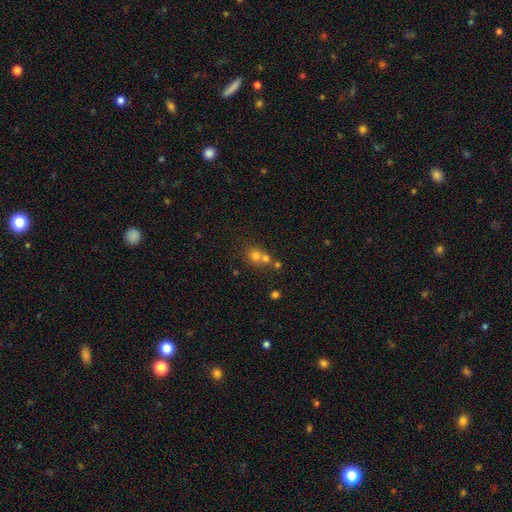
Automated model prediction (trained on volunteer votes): This is likely a smooth galaxy (69%). How rounded: clearly round (83%). Merging: possibly merger (52%).